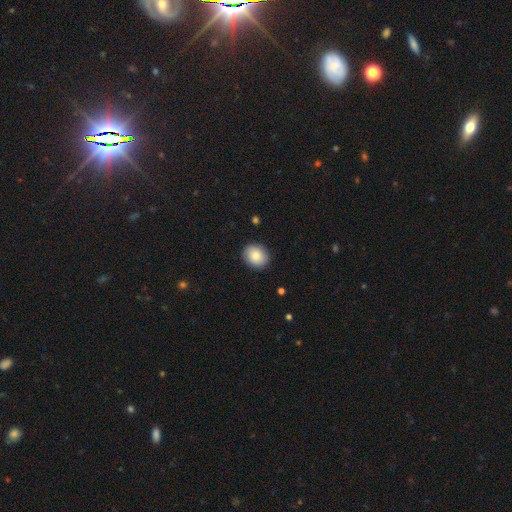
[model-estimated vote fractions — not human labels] A smooth galaxy with no disk features (83%) that is round (63%). Merging: none (89%).